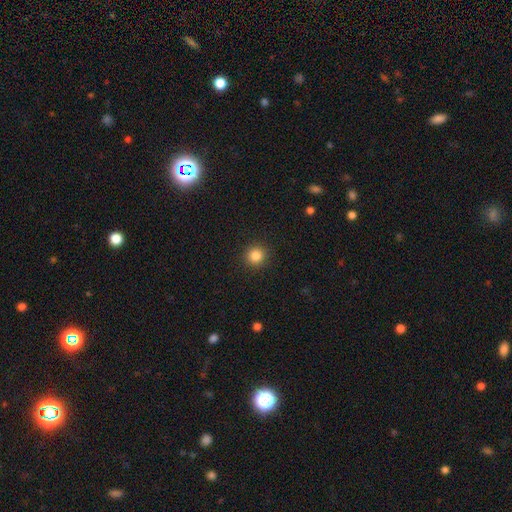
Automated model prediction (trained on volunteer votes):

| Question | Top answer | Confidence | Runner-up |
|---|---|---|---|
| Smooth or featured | smooth | 85% | star or artifact (11%) |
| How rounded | round | 94% | in between (6%) |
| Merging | none | 92% | minor disturbance (5%) |